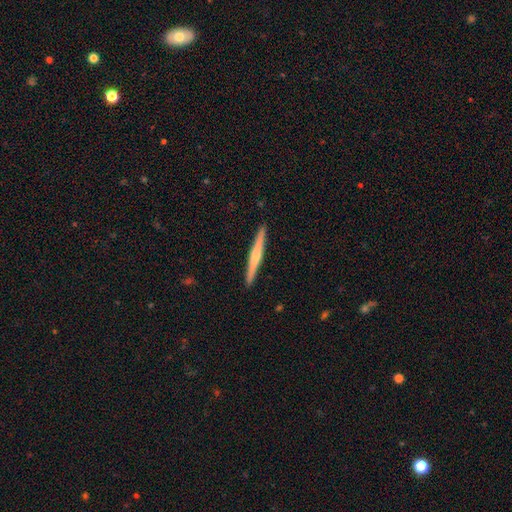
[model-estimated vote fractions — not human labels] This is possibly a featured or disk galaxy (57%). It is clearly viewed edge-on (98%). Edge-on bulge: possibly rounded (58%). Merging: clearly none (92%).